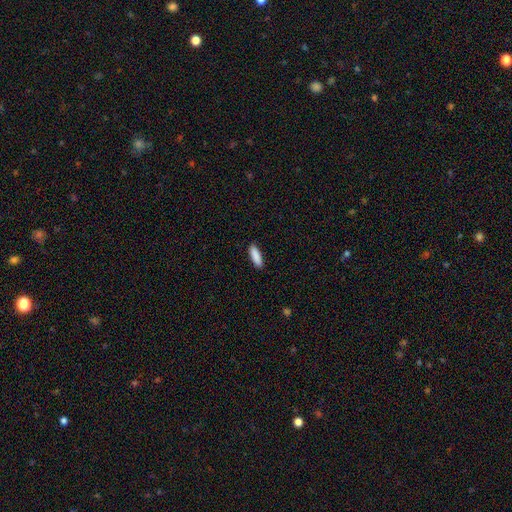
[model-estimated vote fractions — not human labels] This appears to be a smooth galaxy with no disk features (90%) that is cigar-shaped (54%). Merging: none (90%).